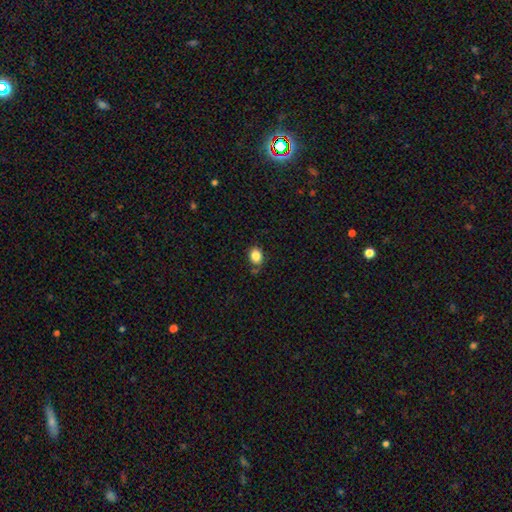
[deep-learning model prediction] This is clearly a smooth galaxy (85%). How rounded: possibly in between (58%). Merging: likely none (76%).